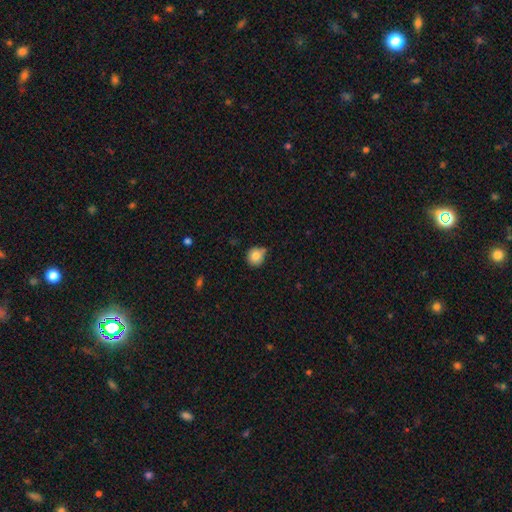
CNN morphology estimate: smooth_or_featured: smooth (p=0.83) [alt: star or artifact p=0.10]
how_rounded: round (p=0.89) [alt: in between p=0.10]
merging: none (p=0.61) [alt: minor disturbance p=0.28]